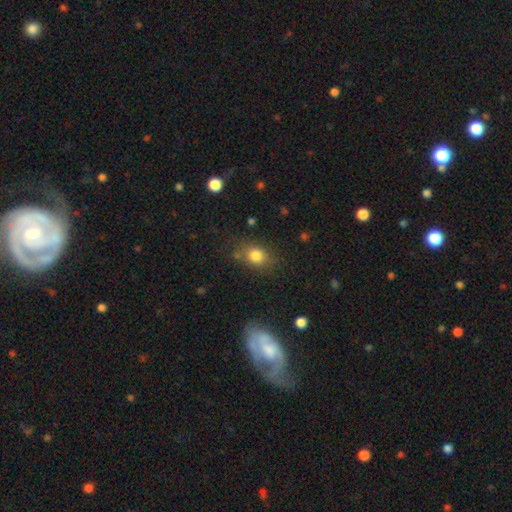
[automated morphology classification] Smooth or featured? Predicted: smooth (p=0.80). How rounded? Predicted: in between (p=0.54). Merging? Predicted: none (p=0.77).